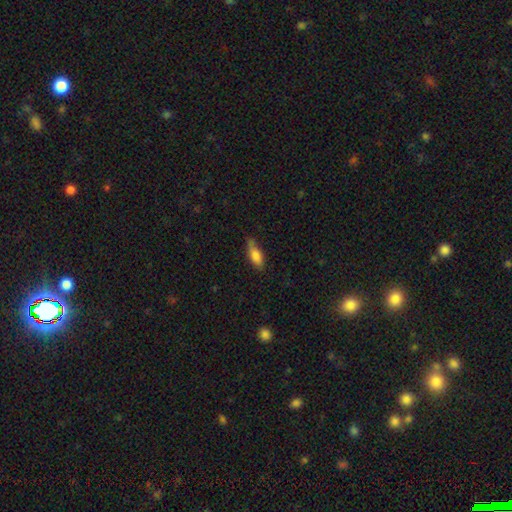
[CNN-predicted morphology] Smooth or featured? smooth (77%)
How rounded? in between (65%)
Merging? none (64%)